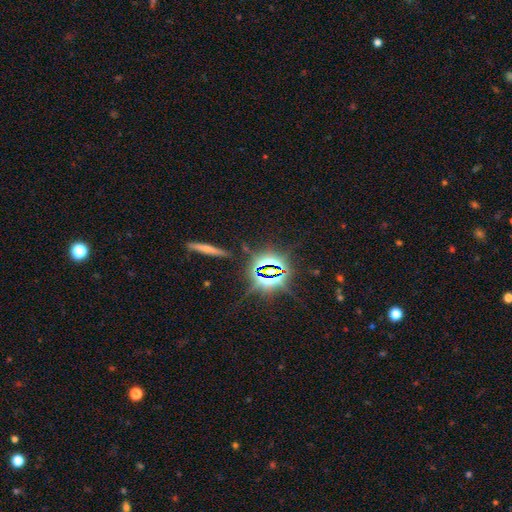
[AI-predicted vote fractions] Overall: star or artifact (74%).